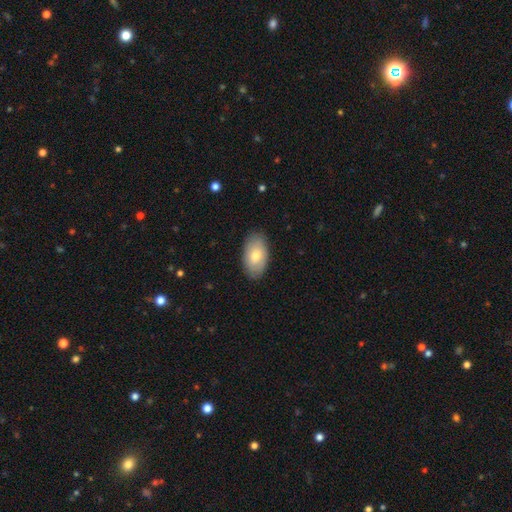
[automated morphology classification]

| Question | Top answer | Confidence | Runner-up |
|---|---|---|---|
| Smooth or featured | smooth | 75% | featured or disk (19%) |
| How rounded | in between | 95% | round (4%) |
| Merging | none | 86% | minor disturbance (11%) |